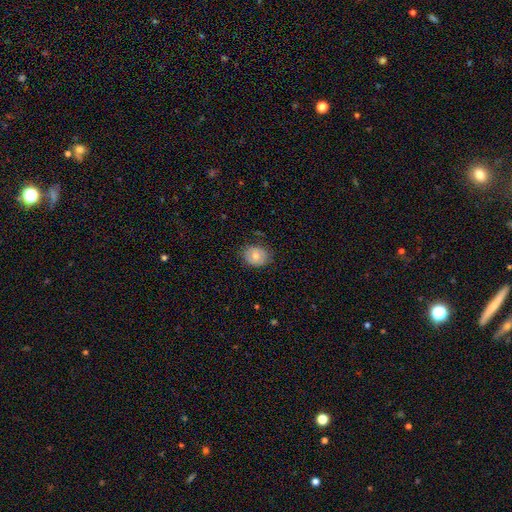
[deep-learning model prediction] smooth-or-featured: smooth: 70% | featured or disk: 21% | star or artifact: 9%
  how-rounded: in between: 52% | round: 47% | cigar-shaped: 1%
  merging: none: 81% | minor disturbance: 15% | major disturbance: 3% | merger: 1%